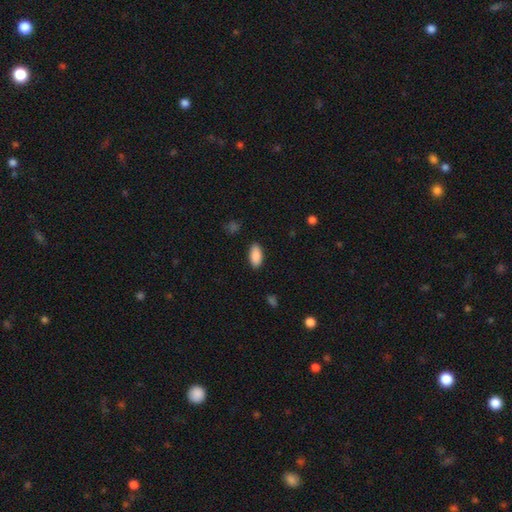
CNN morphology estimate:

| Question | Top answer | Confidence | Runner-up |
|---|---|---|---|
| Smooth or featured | smooth | 90% | star or artifact (6%) |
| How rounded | in between | 90% | cigar-shaped (8%) |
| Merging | none | 87% | minor disturbance (9%) |